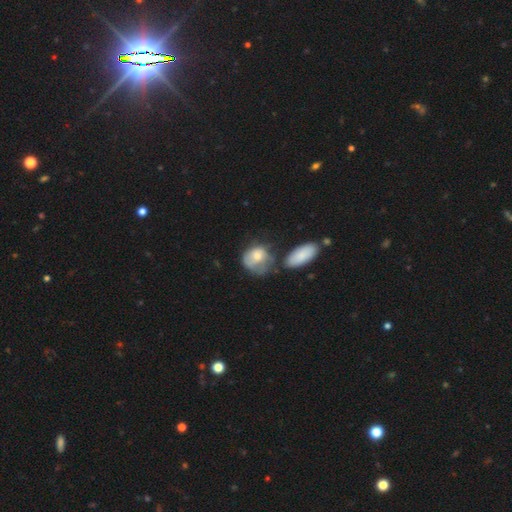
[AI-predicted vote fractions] Smooth or featured?
  - smooth: 62% *
  - featured or disk: 30%
  - star or artifact: 7%
How rounded?
  - round: 51% *
  - in between: 48%
  - cigar-shaped: 2%
Merging?
  - major disturbance: 31% *
  - minor disturbance: 27%
  - none: 25%
  - merger: 17%